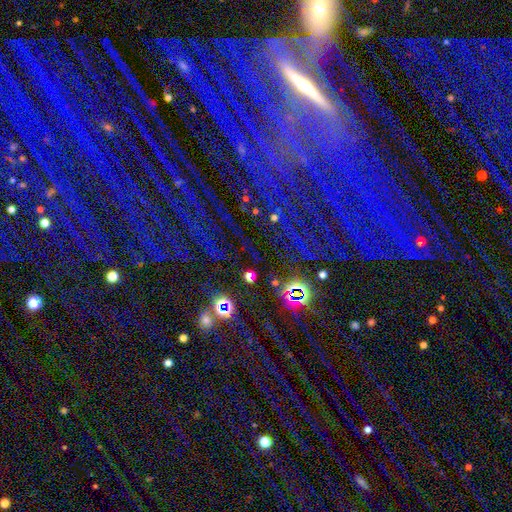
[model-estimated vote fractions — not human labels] Smooth or featured?
  - star or artifact: 79% *
  - smooth: 12%
  - featured or disk: 10%